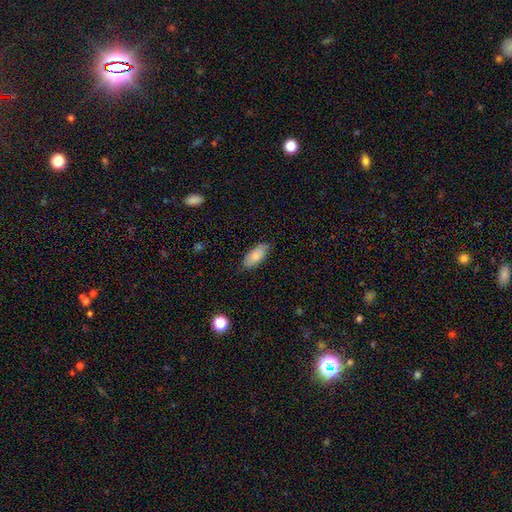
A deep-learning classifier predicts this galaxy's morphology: Overall: smooth (77%). How rounded: in between (90%). Merging: none (74%).